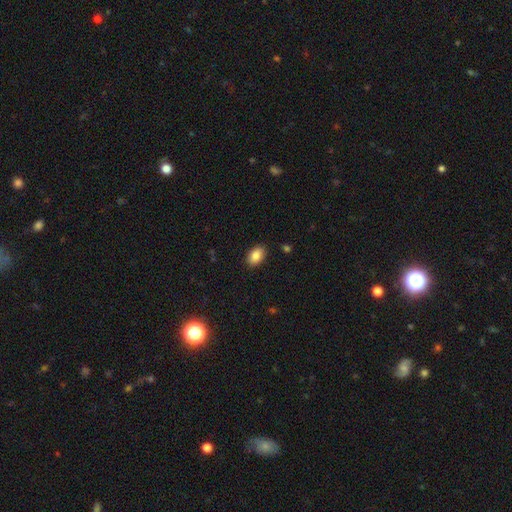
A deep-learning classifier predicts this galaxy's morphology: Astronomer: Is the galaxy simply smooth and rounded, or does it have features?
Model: smooth — 87%.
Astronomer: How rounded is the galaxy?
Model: in between — 90%.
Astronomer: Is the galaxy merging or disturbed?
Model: none — 87%.